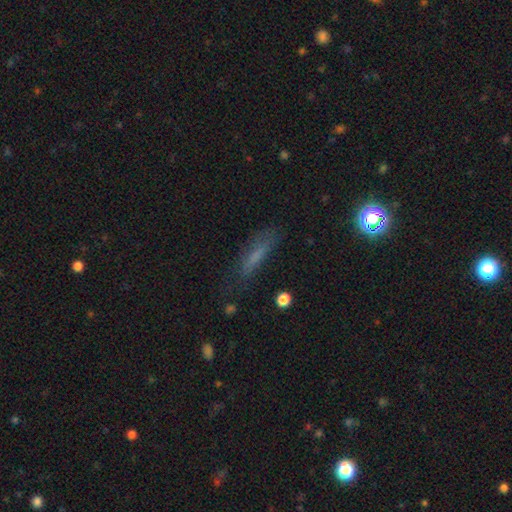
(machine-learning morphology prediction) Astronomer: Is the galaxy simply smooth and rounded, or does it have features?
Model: smooth — 58%.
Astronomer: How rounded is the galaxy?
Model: cigar-shaped — 74%.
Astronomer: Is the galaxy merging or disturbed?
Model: none — 70%.